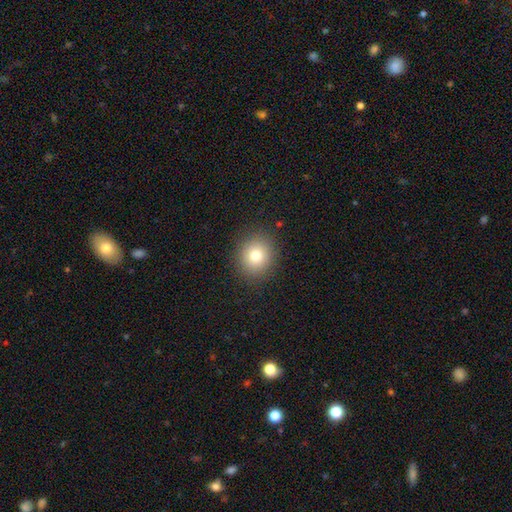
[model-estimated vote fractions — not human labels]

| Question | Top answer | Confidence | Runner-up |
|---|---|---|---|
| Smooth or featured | smooth | 77% | star or artifact (13%) |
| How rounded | round | 82% | in between (17%) |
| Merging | none | 89% | minor disturbance (7%) |